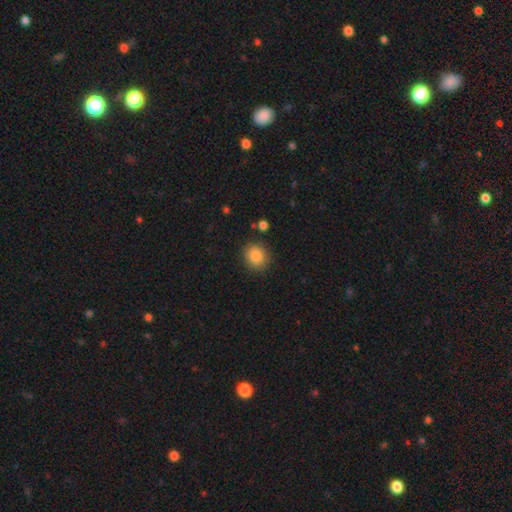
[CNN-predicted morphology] Smooth or featured: smooth — 87% (star or artifact — 9%)
How rounded: round — 73% (in between — 26%)
Merging: none — 87% (minor disturbance — 8%)